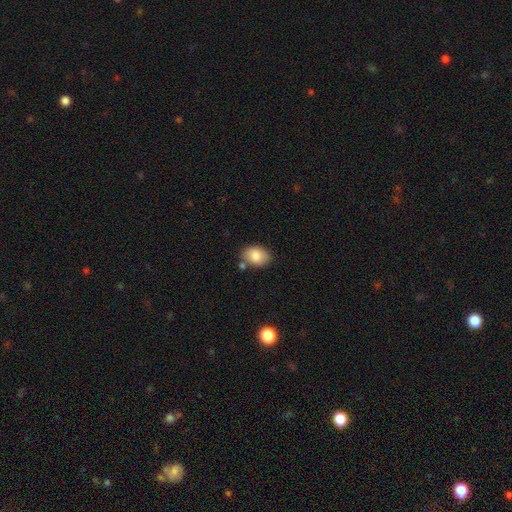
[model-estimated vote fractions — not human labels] This is clearly a smooth galaxy (84%). How rounded: likely in between (76%). Merging: likely none (74%).